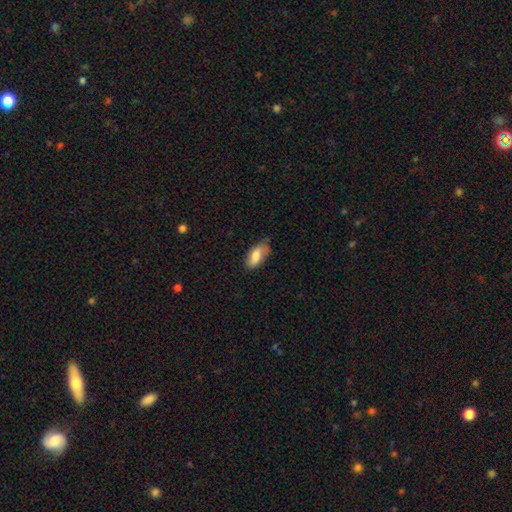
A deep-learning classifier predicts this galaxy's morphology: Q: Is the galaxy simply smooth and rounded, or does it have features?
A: smooth — 75%.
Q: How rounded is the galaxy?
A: in between — 90%.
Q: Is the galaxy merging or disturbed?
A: none — 65%.